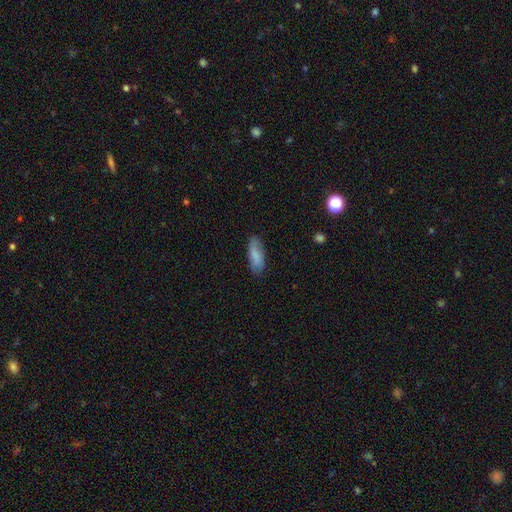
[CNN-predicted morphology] smooth_or_featured: smooth (p=0.82) [alt: featured or disk p=0.12]
how_rounded: in between (p=0.67) [alt: cigar-shaped p=0.31]
merging: none (p=0.79) [alt: minor disturbance p=0.17]